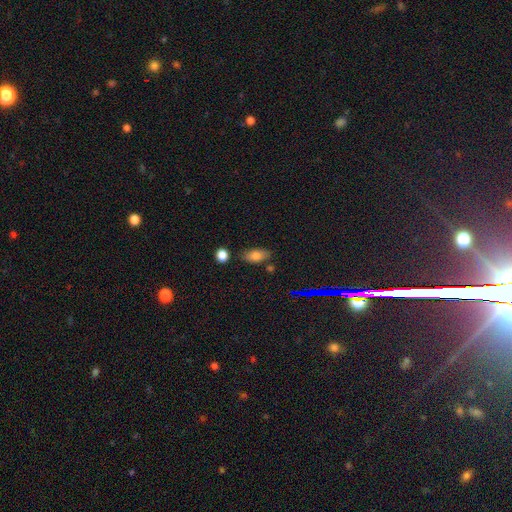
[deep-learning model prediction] Morphology: type=smooth (79%); roundness=in between (87%); merging=none (75%).